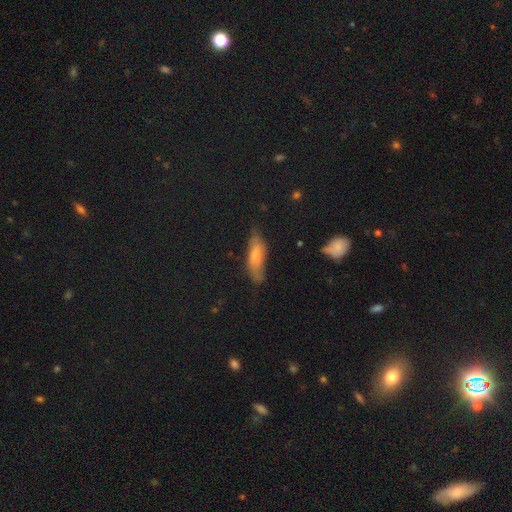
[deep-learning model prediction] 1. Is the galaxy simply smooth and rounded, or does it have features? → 66% smooth, 25% featured or disk, 8% star or artifact.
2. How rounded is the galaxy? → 54% in between, 43% cigar-shaped, 2% round.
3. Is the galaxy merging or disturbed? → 66% none, 25% minor disturbance, 7% major disturbance, 2% merger.